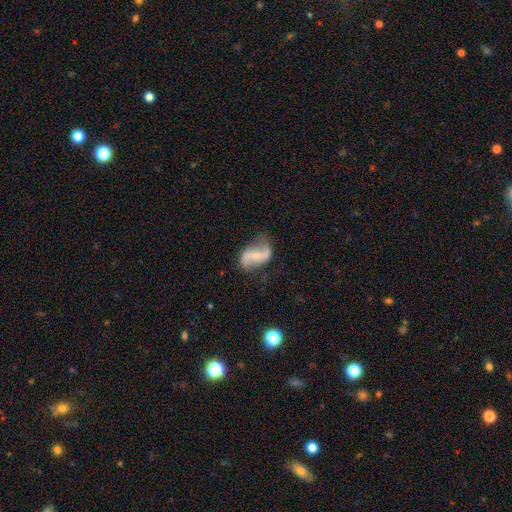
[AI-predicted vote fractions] This is likely a featured or disk galaxy (76%). It is clearly not viewed edge-on (96%). Bar: marginally strong (37%). Spiral arm pattern: clearly yes (89%). Spiral arm count: clearly 2 (90%). Spiral winding: likely loose (75%). Central bulge: possibly small (60%). Merging: likely none (64%).